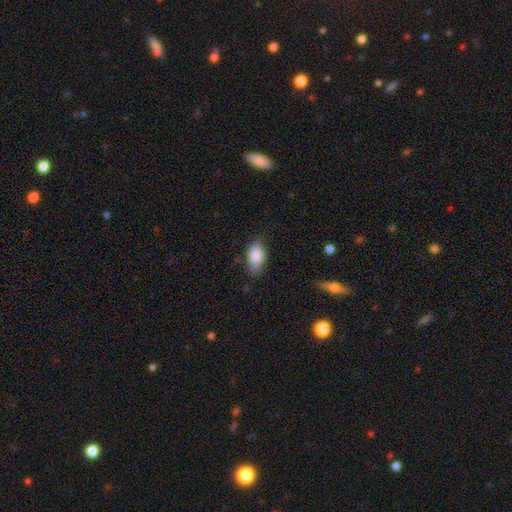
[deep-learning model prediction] A smooth galaxy with no disk features (84%) that is in between round and cigar-shaped (90%).

Vote fractions:
- Smooth or featured? smooth: 84% / featured or disk: 10% / star or artifact: 7%
- How rounded? in between: 90% / round: 5% / cigar-shaped: 4%
- Merging? none: 71% / minor disturbance: 24% / major disturbance: 5% / merger: 1%